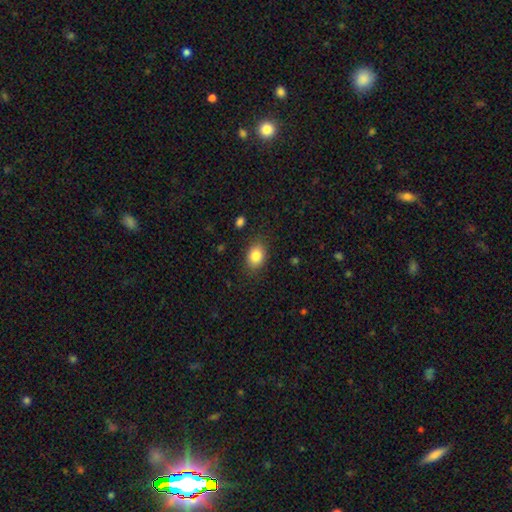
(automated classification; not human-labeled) Overall: smooth (84%). How rounded: in between (68%; round 31%). Merging: none (82%).